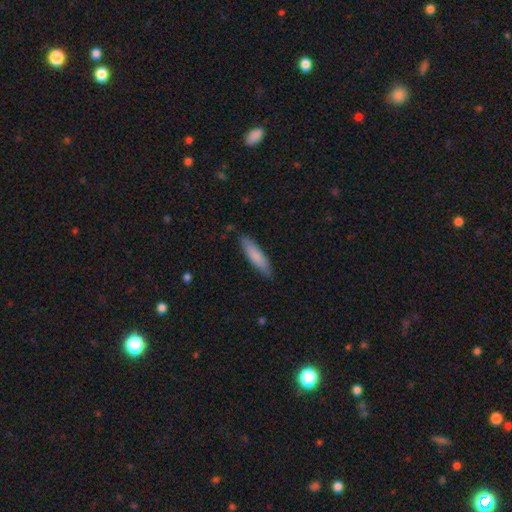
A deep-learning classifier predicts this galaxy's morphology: Smooth or featured: smooth — 80% (featured or disk — 14%)
How rounded: cigar-shaped — 74% (in between — 25%)
Merging: none — 85% (minor disturbance — 12%)